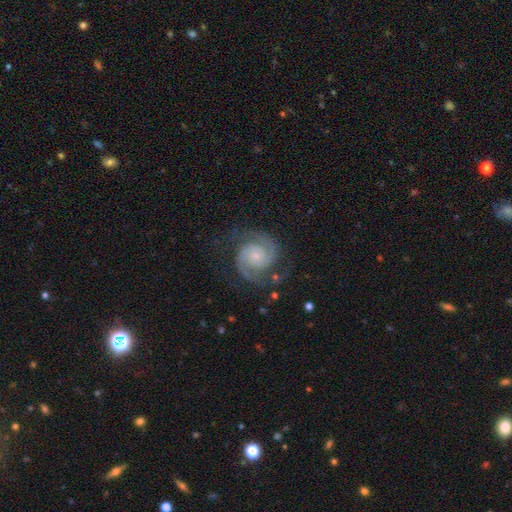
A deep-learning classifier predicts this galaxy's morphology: Smooth or featured? featured or disk (91%)
Edge-on disk? no (98%)
Bar? no (71%)
Spiral arms? yes (98%)
Spiral winding? tight (52%)
Spiral arm count? 2 (92%)
Bulge size? small (68%)
Merging? none (79%)